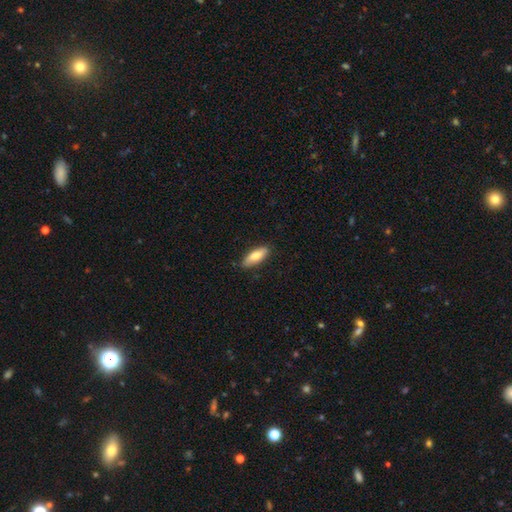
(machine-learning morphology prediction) Smooth or featured?
  - smooth: 76% *
  - featured or disk: 19%
  - star or artifact: 6%
How rounded?
  - in between: 64% *
  - cigar-shaped: 34%
  - round: 2%
Merging?
  - none: 84% *
  - minor disturbance: 12%
  - major disturbance: 2%
  - merger: 1%